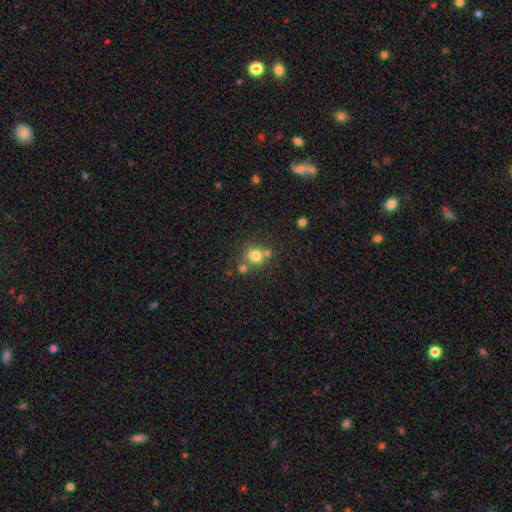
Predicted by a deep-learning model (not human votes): A smooth galaxy with no disk features (78%) that is round (88%).

Vote fractions:
- Smooth or featured? smooth: 78% / star or artifact: 13% / featured or disk: 10%
- How rounded? round: 88% / in between: 11% / cigar-shaped: 1%
- Merging? none: 61% / merger: 23% / minor disturbance: 11% / major disturbance: 4%